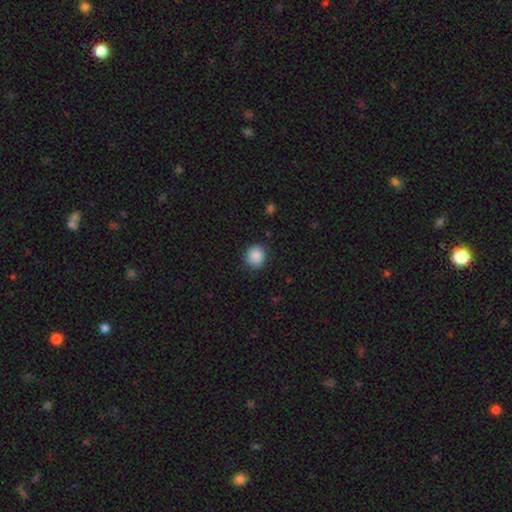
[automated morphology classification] Q: Smooth or featured?
A: smooth (88%); runner-up: star or artifact (8%)
Q: How rounded?
A: round (83%); runner-up: in between (16%)
Q: Merging?
A: none (87%); runner-up: minor disturbance (9%)